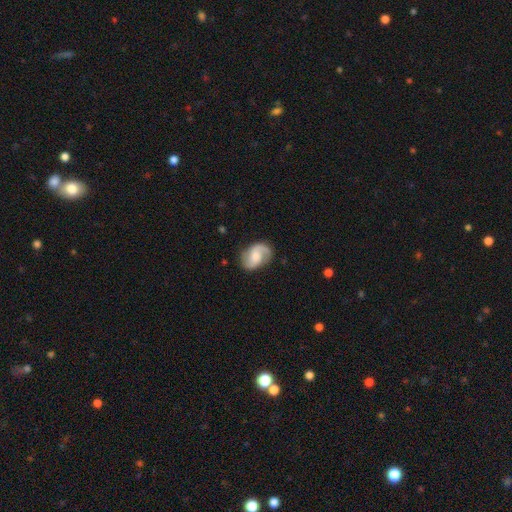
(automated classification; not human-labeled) Smooth or featured: featured or disk — 76% (smooth — 18%)
Edge-on disk: no — 97% (yes — 3%)
Bar: no — 51% (weak — 40%)
Spiral arms: yes — 95% (no — 5%)
Spiral winding: medium — 47% (loose — 34%)
Spiral arm count: 2 — 85% (1 — 8%)
Bulge size: moderate — 39% (small — 31%)
Merging: none — 75% (minor disturbance — 17%)